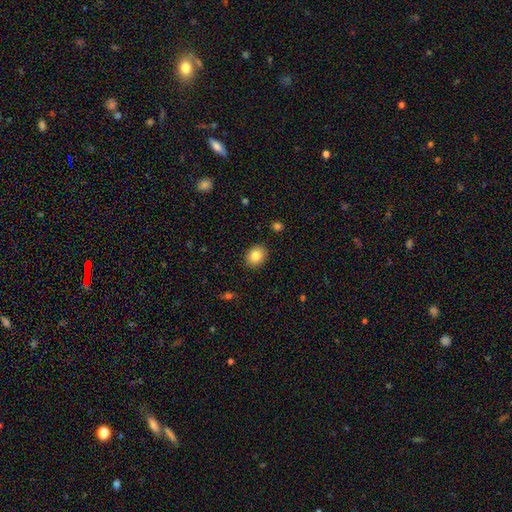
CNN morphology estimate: type=smooth (83%); roundness=round (50%); merging=none (89%).